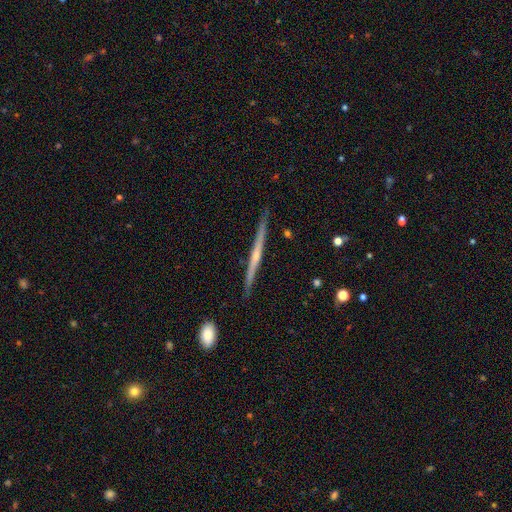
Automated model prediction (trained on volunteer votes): Morphology: type=featured or disk (76%); edge-on=yes (98%); edge-on bulge=rounded (60%); merging=none (89%).